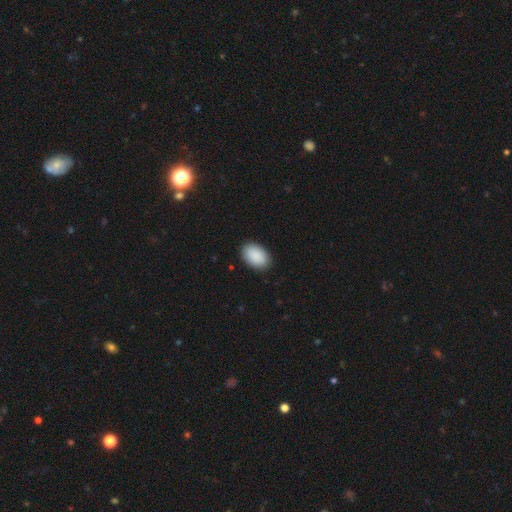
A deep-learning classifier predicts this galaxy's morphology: smooth_or_featured: smooth (p=0.91) [alt: star or artifact p=0.06]
how_rounded: in between (p=0.91) [alt: round p=0.08]
merging: none (p=0.89) [alt: minor disturbance p=0.08]